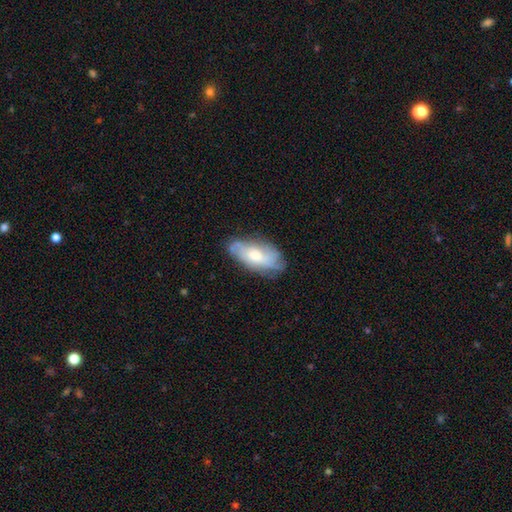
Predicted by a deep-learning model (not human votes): Smooth or featured? smooth (47%)
Merging? none (65%)